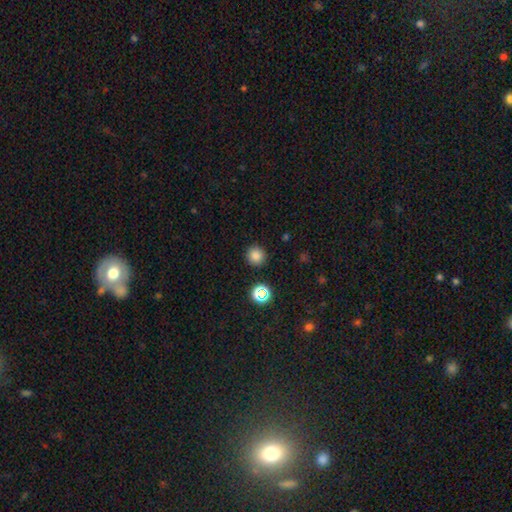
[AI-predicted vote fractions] A smooth galaxy with no disk features (80%) that is round (94%).

Vote fractions:
- Smooth or featured? smooth: 80% / star or artifact: 15% / featured or disk: 5%
- How rounded? round: 94% / in between: 5% / cigar-shaped: 1%
- Merging? none: 90% / minor disturbance: 6% / major disturbance: 2% / merger: 2%